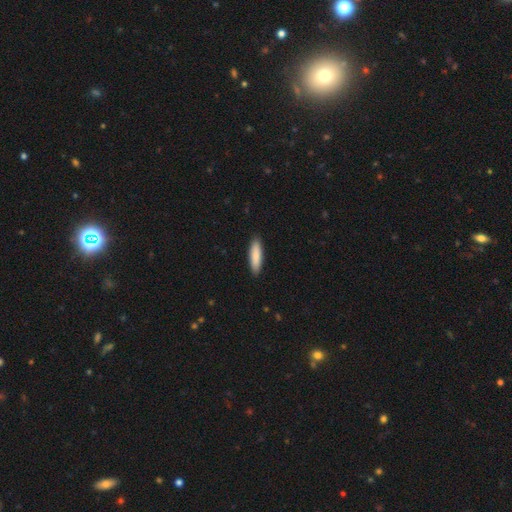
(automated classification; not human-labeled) Smooth or featured: smooth — 86% (featured or disk — 9%)
How rounded: cigar-shaped — 67% (in between — 31%)
Merging: none — 91% (minor disturbance — 7%)